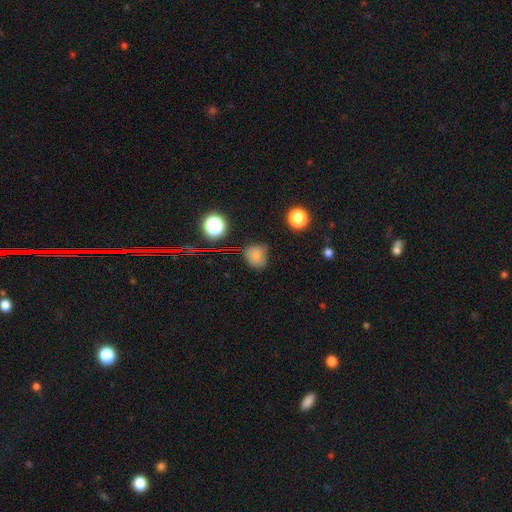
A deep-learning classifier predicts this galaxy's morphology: This appears to be a smooth galaxy with no disk features (73%) that is round (75%). Merging: none (62%).